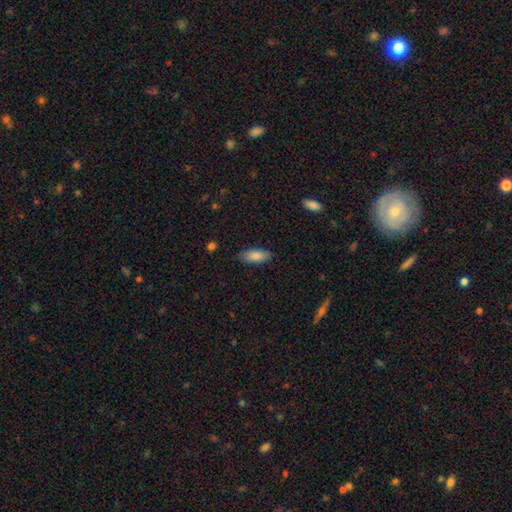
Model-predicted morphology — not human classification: Smooth or featured? Predicted: smooth (p=0.85). How rounded? Predicted: in between (p=0.81). Merging? Predicted: none (p=0.86).